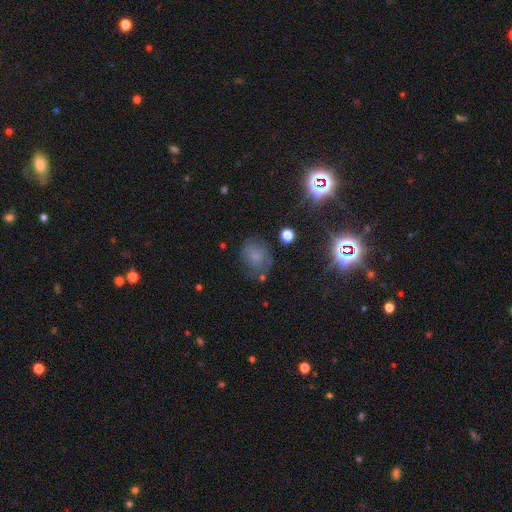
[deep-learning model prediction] A smooth galaxy with no disk features (54%) that is round (56%). Merging: none (56%).